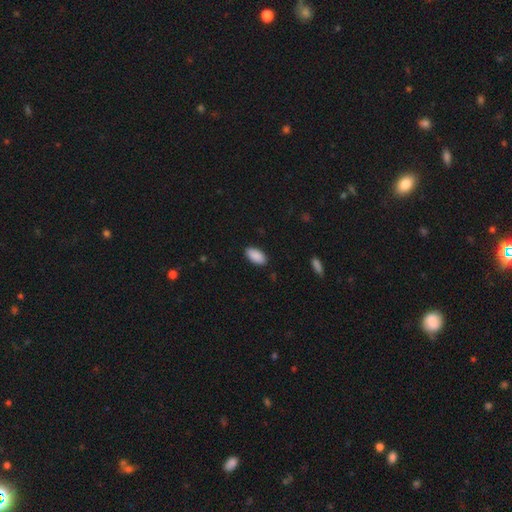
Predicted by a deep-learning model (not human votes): Smooth or featured: smooth — 90% (star or artifact — 6%)
How rounded: in between — 94% (cigar-shaped — 4%)
Merging: none — 88% (minor disturbance — 9%)